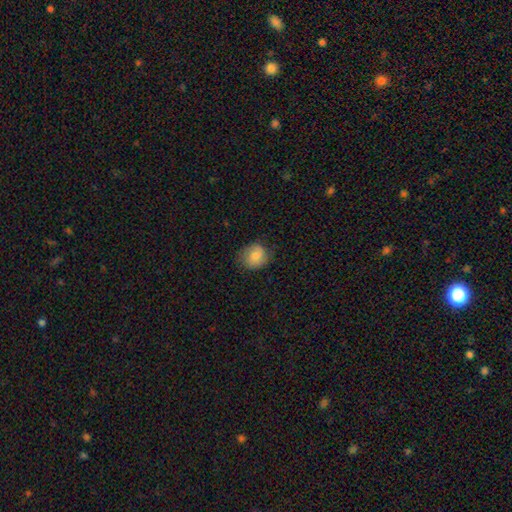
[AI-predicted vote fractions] Overall: smooth (77%). How rounded: round (66%; in between 34%). Merging: none (73%).